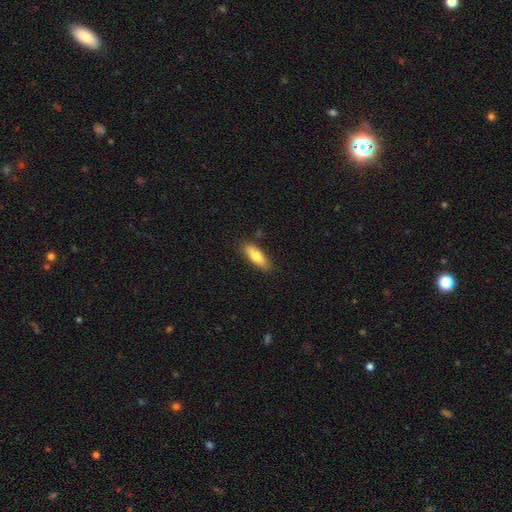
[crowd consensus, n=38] Smooth or featured? 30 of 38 (79%) said smooth. How rounded? 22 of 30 (73%) said in between. Merging? 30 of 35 (86%) said none.